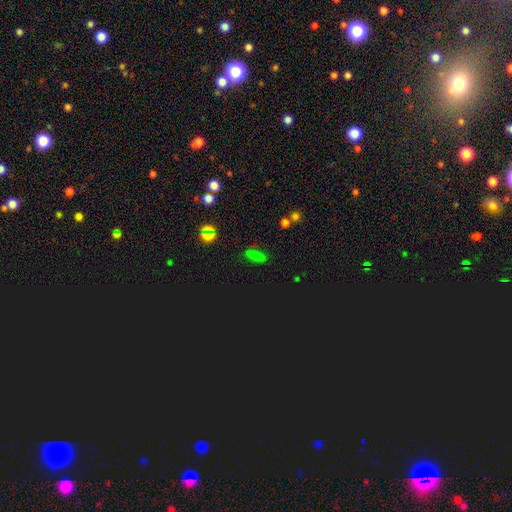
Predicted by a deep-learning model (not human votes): The model was most divided on "smooth or featured": smooth: 51%, star or artifact: 42%, featured or disk: 8%. More confident: merging — none (73%); how rounded — in between (70%).